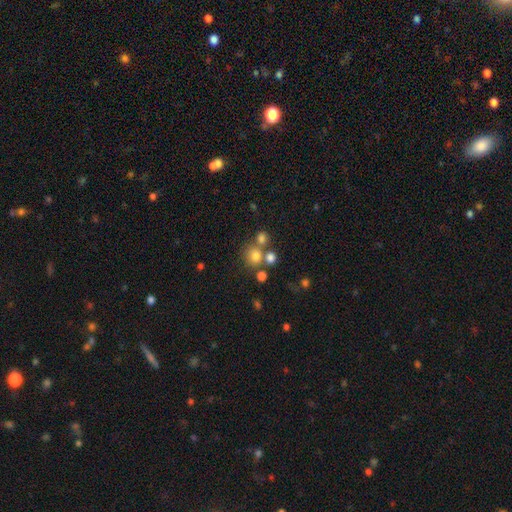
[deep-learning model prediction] Overall: smooth (74%). How rounded: round (84%). Merging: none (59%; merger 27%).